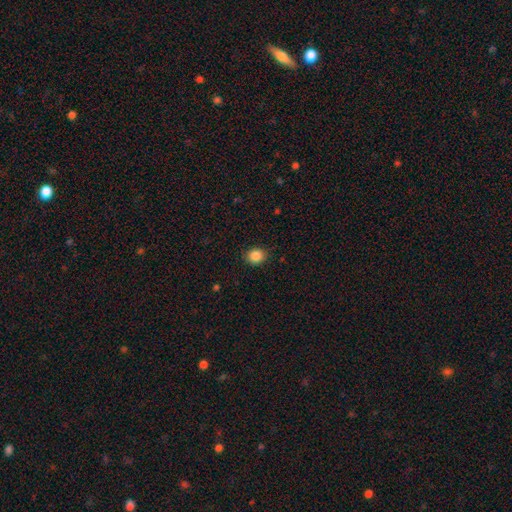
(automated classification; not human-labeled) smooth_or_featured: smooth (p=0.87) [alt: star or artifact p=0.10]
how_rounded: round (p=0.73) [alt: in between p=0.26]
merging: none (p=0.88) [alt: minor disturbance p=0.09]